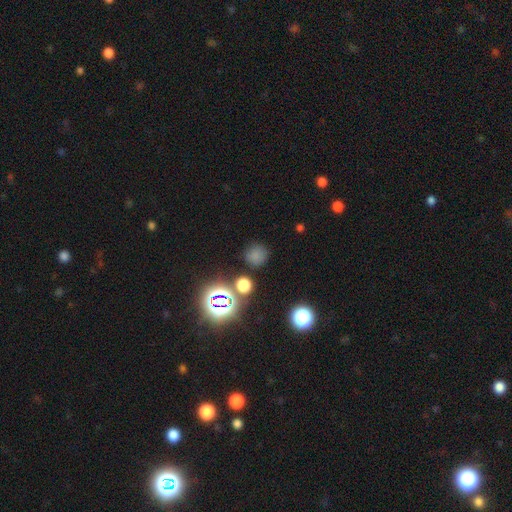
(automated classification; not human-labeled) A smooth galaxy with no disk features (68%) that is round (89%). Merging: none (80%).